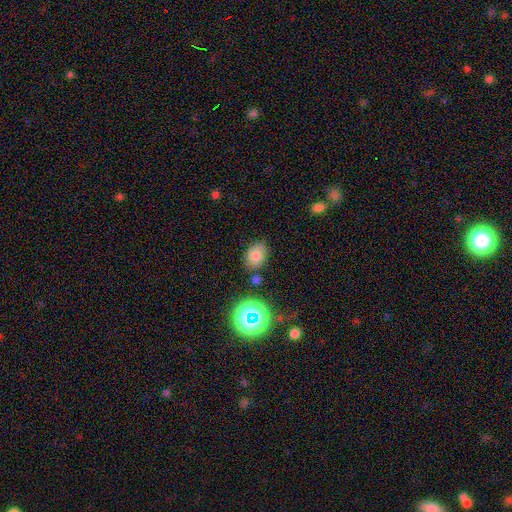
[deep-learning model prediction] smooth 76%, star or artifact 15%, featured or disk 10%. Down the decision tree: how rounded — in between (75%); merging — none (77%).